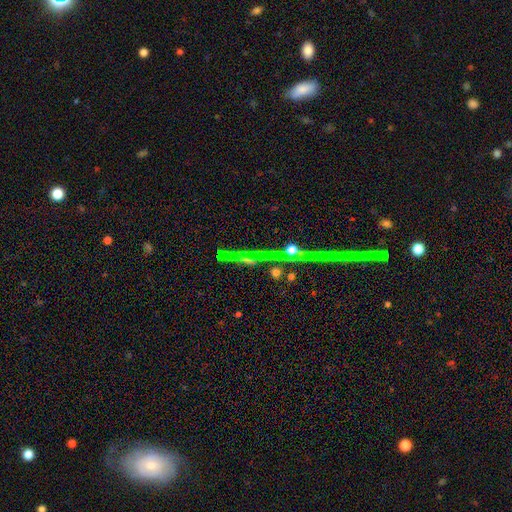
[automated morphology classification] A star or artifact, not a galaxy (49%).